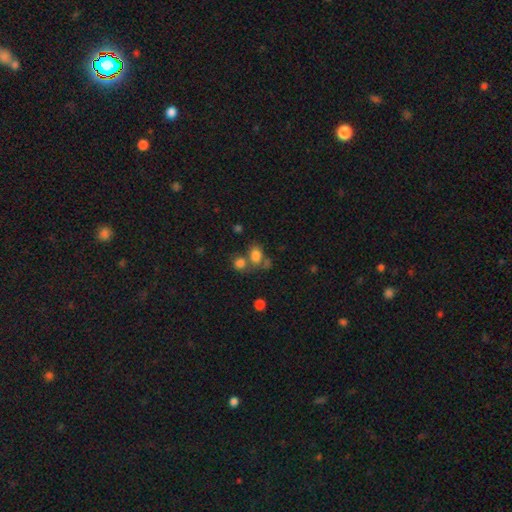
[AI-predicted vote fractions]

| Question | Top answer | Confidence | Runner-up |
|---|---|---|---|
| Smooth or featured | smooth | 77% | star or artifact (13%) |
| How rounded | in between | 57% | round (42%) |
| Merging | none | 42% | merger (37%) |